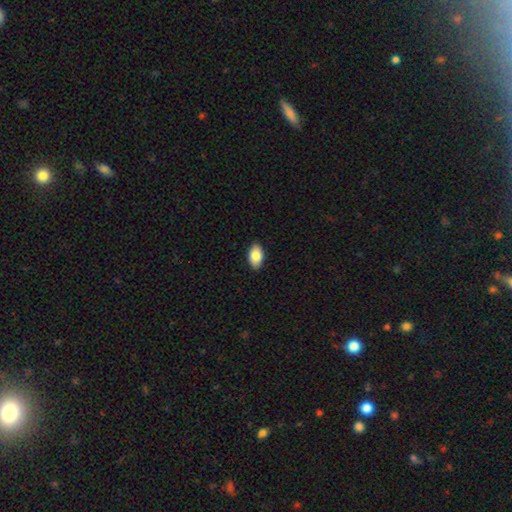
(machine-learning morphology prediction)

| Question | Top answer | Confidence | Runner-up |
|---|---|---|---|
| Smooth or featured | smooth | 85% | featured or disk (8%) |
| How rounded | in between | 93% | round (5%) |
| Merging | none | 90% | minor disturbance (8%) |